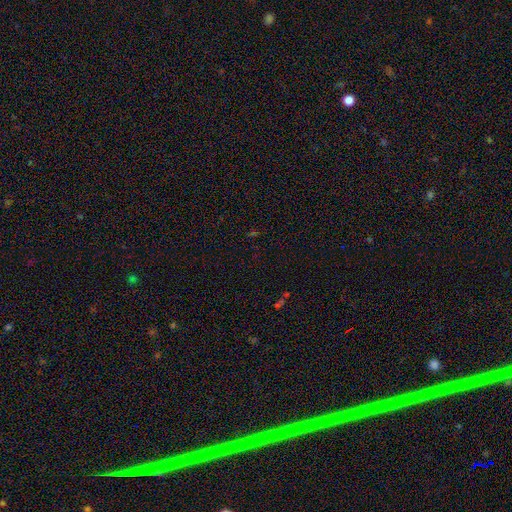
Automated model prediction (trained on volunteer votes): Smooth or featured: star or artifact — 65% (smooth — 26%)